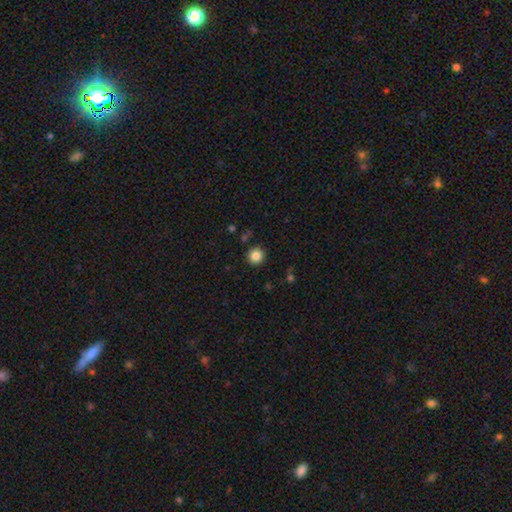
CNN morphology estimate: smooth 86%, star or artifact 10%, featured or disk 4%. Down the decision tree: how rounded — round (94%); merging — none (90%).